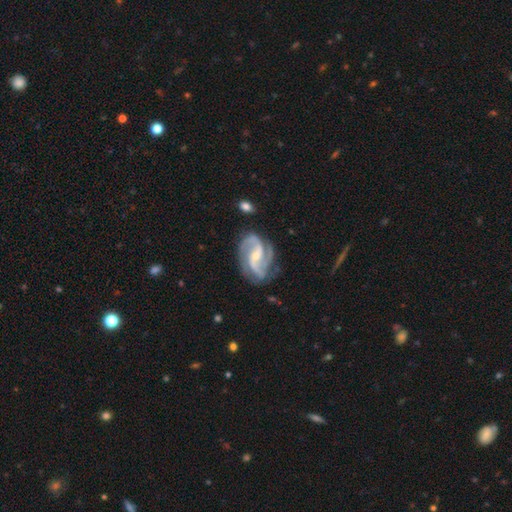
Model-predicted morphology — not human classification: A featured or disk galaxy (91%) with a weak bar (41%), 2 (52%) medium (52%) spiral arms (98%) and a small central bulge (62%).

Vote fractions:
- Smooth or featured? featured or disk: 91% / star or artifact: 4% / smooth: 4%
- Edge-on disk? no: 98% / yes: 2%
- Bar? weak: 41% / no: 32% / strong: 27%
- Spiral arms? yes: 98% / no: 2%
- Spiral winding? medium: 52% / loose: 26% / tight: 22%
- Spiral arm count? 2: 52% / 3: 28% / can't tell: 7% / 4: 5% / 1: 4% / more than 4: 4%
- Bulge size? small: 62% / moderate: 34% / none: 1% / large: 1% / dominant: 1%
- Merging? none: 69% / minor disturbance: 20% / major disturbance: 9% / merger: 2%